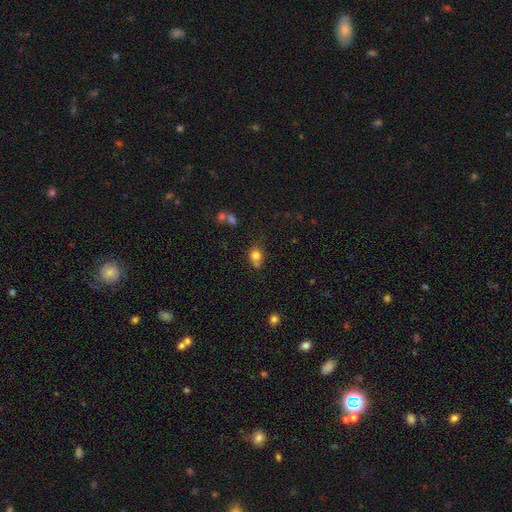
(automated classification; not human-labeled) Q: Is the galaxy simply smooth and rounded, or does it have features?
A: smooth — 78%.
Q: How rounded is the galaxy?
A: round — 60%.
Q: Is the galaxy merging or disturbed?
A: none — 47%.